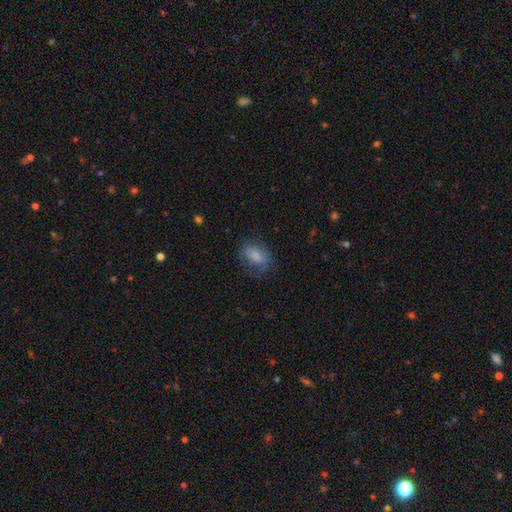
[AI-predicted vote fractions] A smooth galaxy with no disk features (77%) that is in between round and cigar-shaped (82%). Merging: none (62%).